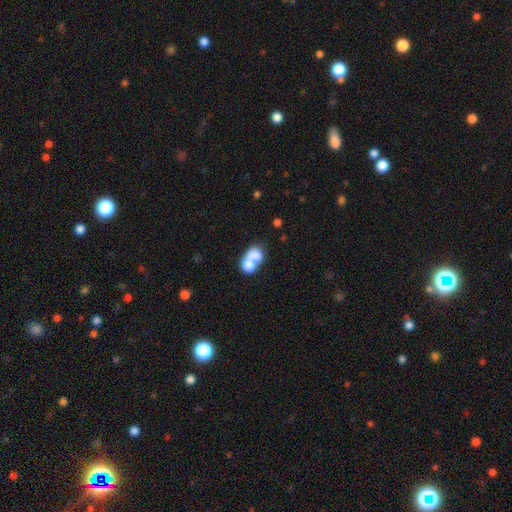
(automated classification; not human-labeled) This is likely a smooth galaxy (67%). How rounded: likely in between (63%). Merging: likely merger (77%).